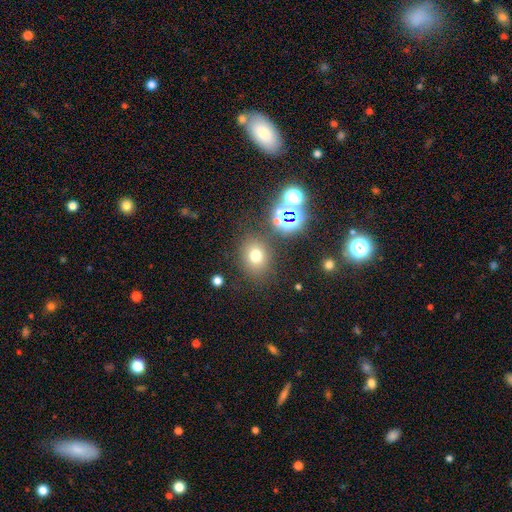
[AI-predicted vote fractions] Overall: smooth (69%). How rounded: round (62%; in between 37%). Merging: none (81%).